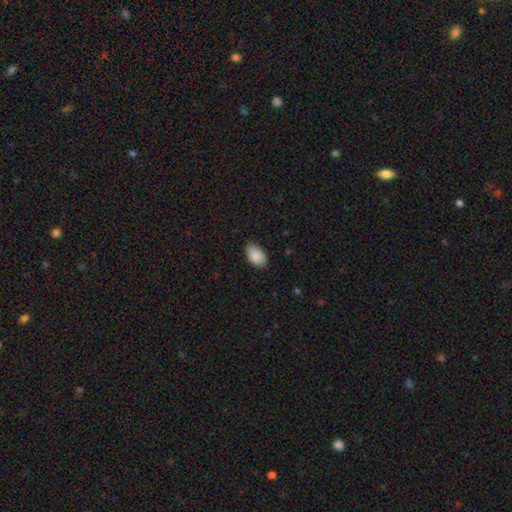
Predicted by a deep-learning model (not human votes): A smooth galaxy with no disk features (89%) that is in between round and cigar-shaped (92%).

Vote fractions:
- Smooth or featured? smooth: 89% / star or artifact: 7% / featured or disk: 4%
- How rounded? in between: 92% / round: 7% / cigar-shaped: 1%
- Merging? none: 83% / minor disturbance: 14% / major disturbance: 2% / merger: 1%